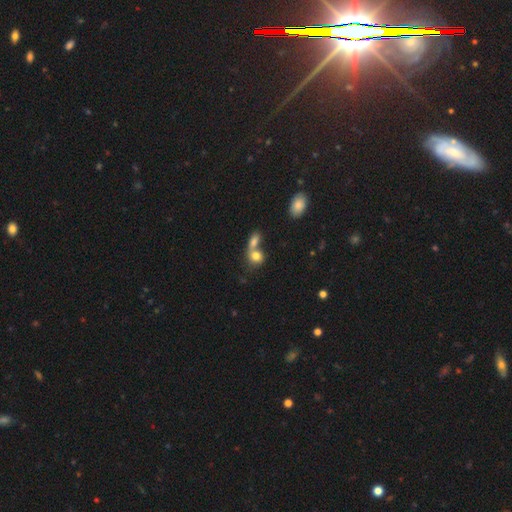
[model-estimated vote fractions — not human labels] Smooth or featured: smooth — 78% (featured or disk — 13%)
How rounded: round — 62% (in between — 36%)
Merging: merger — 63% (none — 26%)